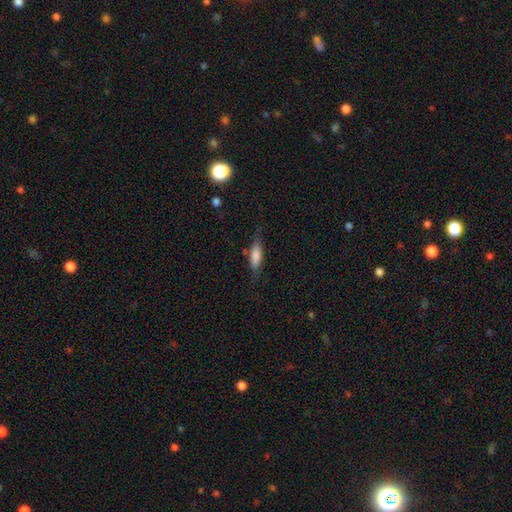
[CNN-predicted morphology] Smooth or featured? Predicted: smooth (p=0.73). How rounded? Predicted: cigar-shaped (p=0.54). Merging? Predicted: none (p=0.71).